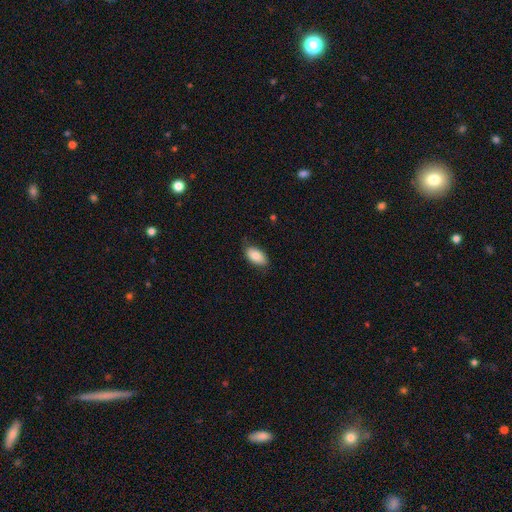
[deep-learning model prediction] The model was most divided on "merging": none: 79%, minor disturbance: 17%, major disturbance: 3%, merger: 1%. More confident: how rounded — in between (94%); smooth or featured — smooth (82%).